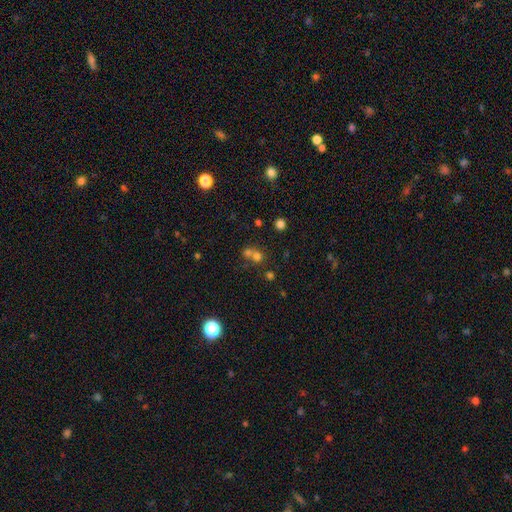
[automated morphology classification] Smooth or featured?
  - smooth: 61% *
  - star or artifact: 27%
  - featured or disk: 13%
How rounded?
  - round: 85% *
  - in between: 14%
  - cigar-shaped: 1%
Merging?
  - merger: 47% *
  - none: 44%
  - minor disturbance: 6%
  - major disturbance: 3%